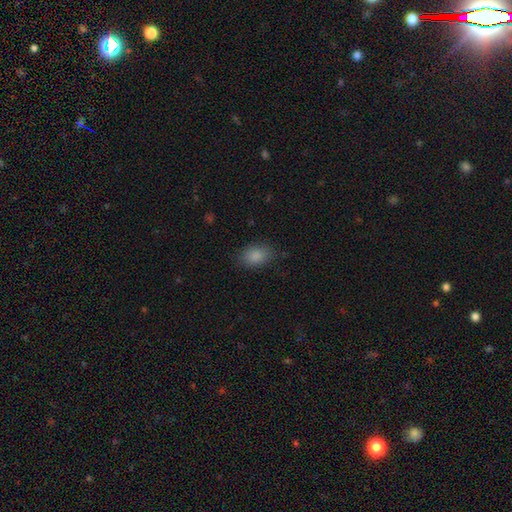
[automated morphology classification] A smooth galaxy with no disk features (87%) that is in between round and cigar-shaped (80%).

Vote fractions:
- Smooth or featured? smooth: 87% / star or artifact: 9% / featured or disk: 5%
- How rounded? in between: 80% / round: 19% / cigar-shaped: 1%
- Merging? none: 82% / minor disturbance: 14% / major disturbance: 4% / merger: 1%